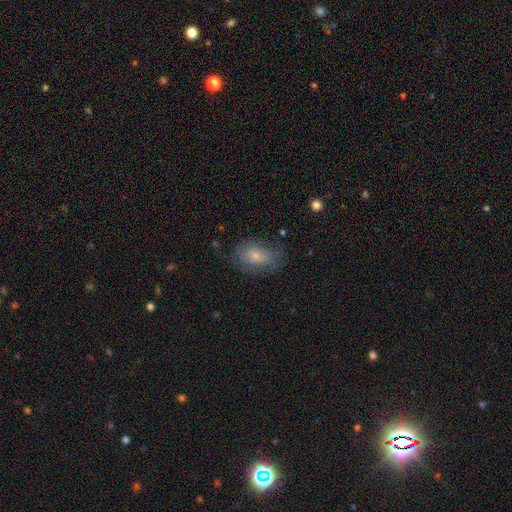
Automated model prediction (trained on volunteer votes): Q: Smooth or featured?
A: smooth (61%); runner-up: featured or disk (27%)
Q: How rounded?
A: in between (80%); runner-up: round (18%)
Q: Merging?
A: none (66%); runner-up: minor disturbance (23%)